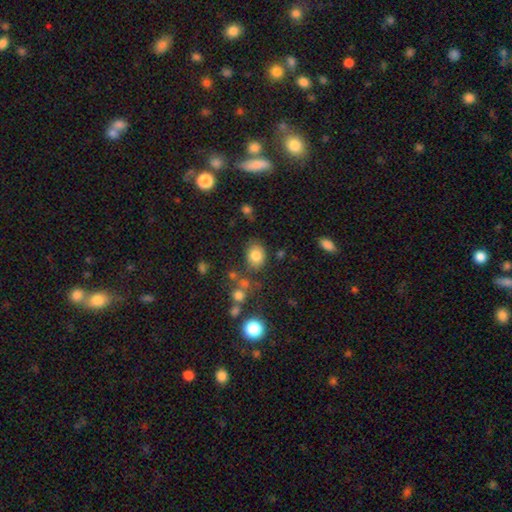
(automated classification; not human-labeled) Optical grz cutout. It shows a smooth galaxy with no disk features (81%) that is in between round and cigar-shaped (53%). Merging: none (72%).